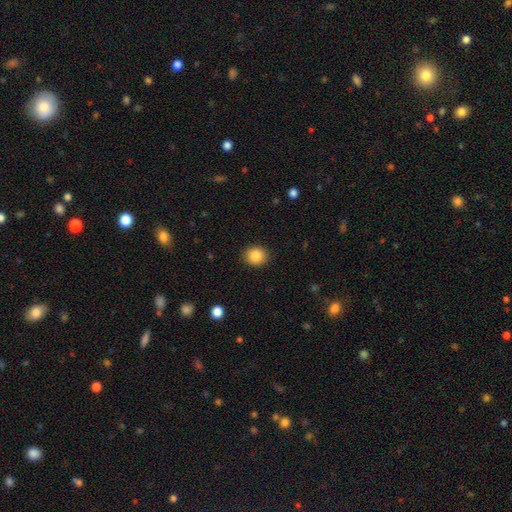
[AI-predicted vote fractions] smooth 86%, star or artifact 9%, featured or disk 5%. Down the decision tree: how rounded — round (71%); merging — none (90%).